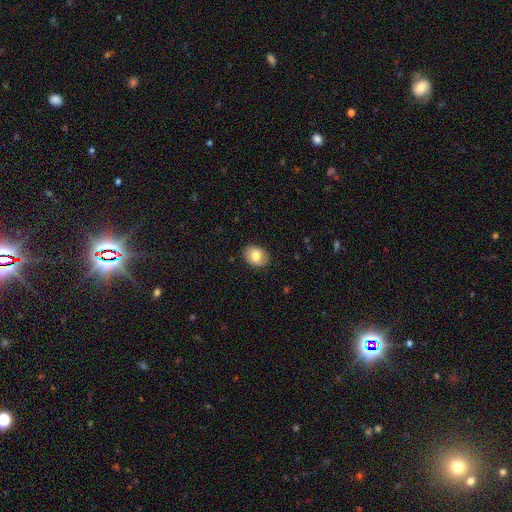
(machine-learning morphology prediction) Overall: smooth (76%). How rounded: in between (65%; round 34%). Merging: none (86%).